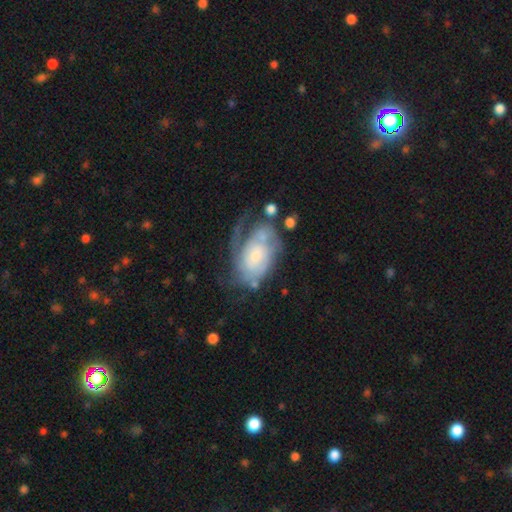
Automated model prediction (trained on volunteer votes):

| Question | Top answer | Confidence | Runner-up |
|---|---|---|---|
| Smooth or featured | featured or disk | 73% | smooth (20%) |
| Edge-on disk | no | 96% | yes (4%) |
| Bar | no | 69% | weak (26%) |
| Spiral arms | yes | 85% | no (15%) |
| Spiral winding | tight | 48% | medium (34%) |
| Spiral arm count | can't tell | 37% | 2 (28%) |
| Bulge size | small | 40% | moderate (36%) |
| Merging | none | 38% | major disturbance (32%) |